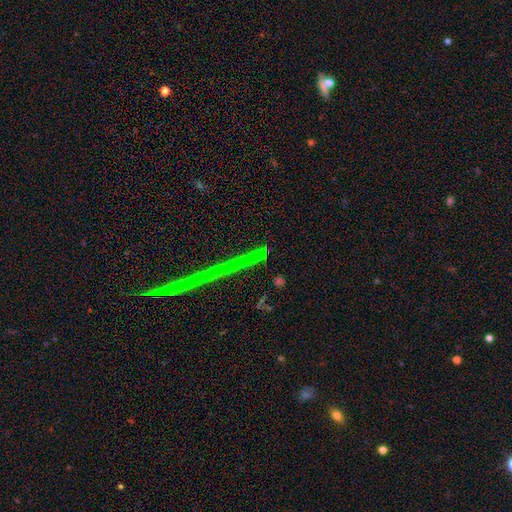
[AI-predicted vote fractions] Smooth or featured?
  - star or artifact: 75% *
  - featured or disk: 13%
  - smooth: 12%